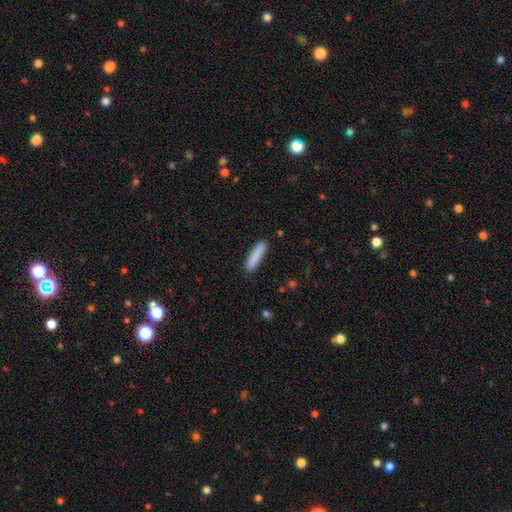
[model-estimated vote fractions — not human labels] Q: Smooth or featured?
A: smooth (86%); runner-up: featured or disk (8%)
Q: How rounded?
A: cigar-shaped (86%); runner-up: in between (13%)
Q: Merging?
A: none (87%); runner-up: minor disturbance (10%)